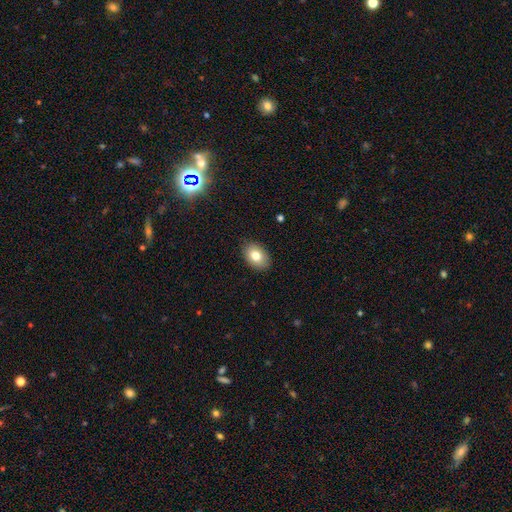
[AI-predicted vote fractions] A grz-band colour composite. It shows a smooth galaxy with no disk features (80%) that is in between round and cigar-shaped (85%). Merging: none (87%).